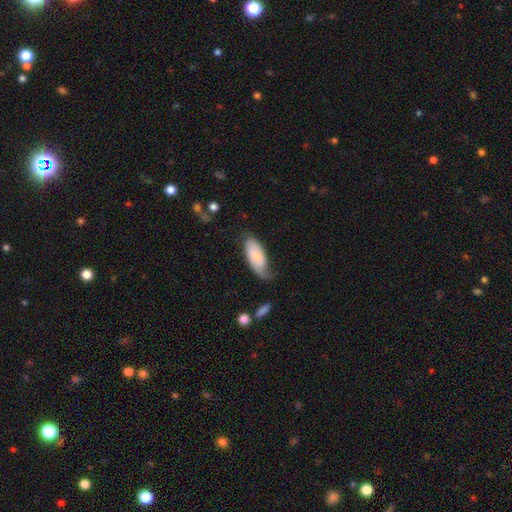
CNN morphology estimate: type=smooth (69%); roundness=in between (86%); merging=none (44%).